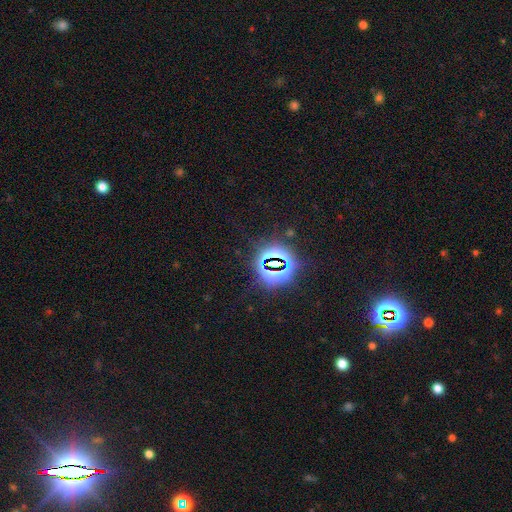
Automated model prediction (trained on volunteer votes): A star or artifact, not a galaxy (81%).

Vote fractions:
- Smooth or featured? star or artifact: 81% / smooth: 12% / featured or disk: 7%